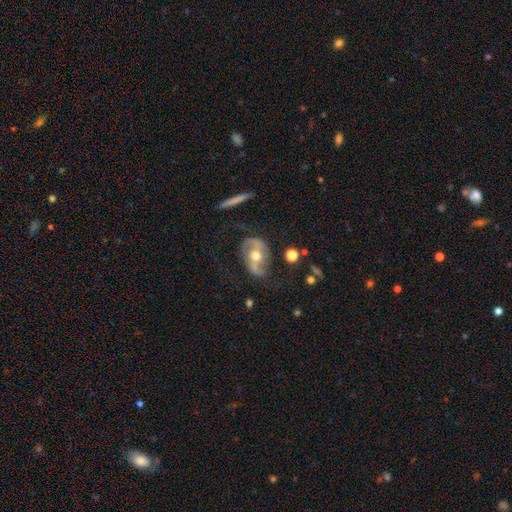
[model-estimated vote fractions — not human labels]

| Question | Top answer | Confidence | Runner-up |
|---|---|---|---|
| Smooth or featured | featured or disk | 78% | smooth (15%) |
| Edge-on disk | no | 93% | yes (7%) |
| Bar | strong | 36% | no (34%) |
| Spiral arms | yes | 84% | no (16%) |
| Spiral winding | loose | 58% | medium (31%) |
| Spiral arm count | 2 | 90% | can't tell (5%) |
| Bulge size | moderate | 77% | small (14%) |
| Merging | none | 71% | minor disturbance (18%) |